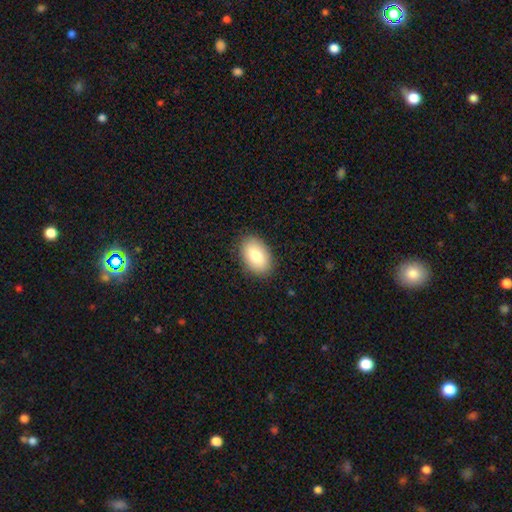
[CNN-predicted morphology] type=smooth (81%); roundness=in between (90%); merging=none (88%).